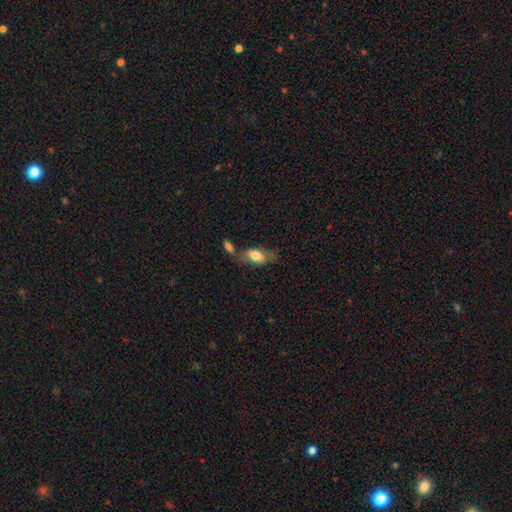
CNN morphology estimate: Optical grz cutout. It shows a smooth galaxy with no disk features (70%) that is in between round and cigar-shaped (85%). Merging: none (51%).